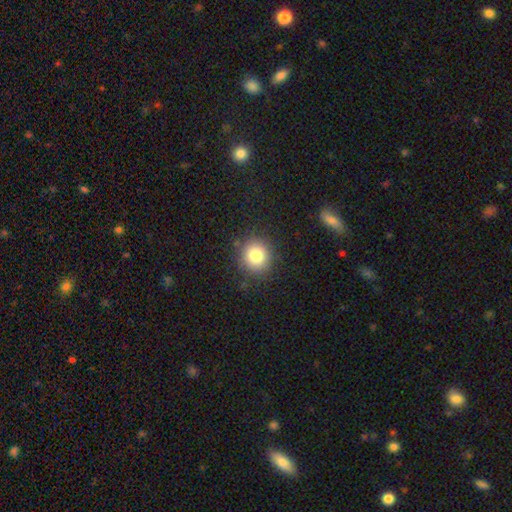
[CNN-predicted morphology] This is clearly a smooth galaxy (81%). How rounded: clearly round (89%). Merging: clearly none (87%).